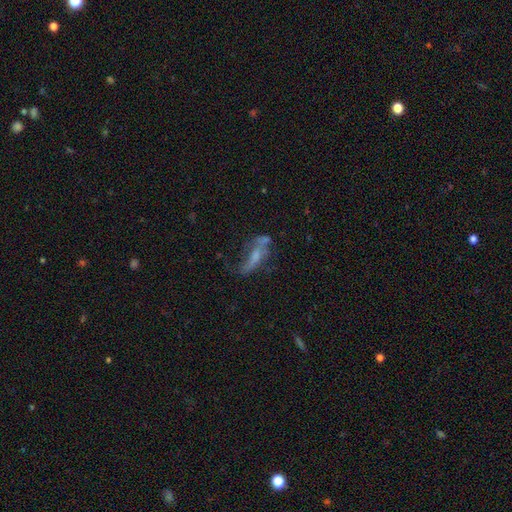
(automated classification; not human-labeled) A featured or disk galaxy (51%).

Vote fractions:
- Smooth or featured? featured or disk: 51% / smooth: 38% / star or artifact: 12%
- Edge-on disk? no: 77% / yes: 23%
- Merging? none: 36% / major disturbance: 30% / minor disturbance: 23% / merger: 12%